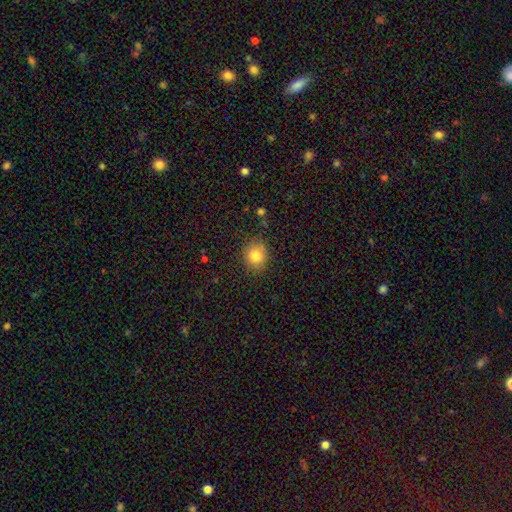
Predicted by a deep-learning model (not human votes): Smooth or featured: smooth — 82% (star or artifact — 11%)
How rounded: round — 74% (in between — 25%)
Merging: none — 83% (minor disturbance — 12%)